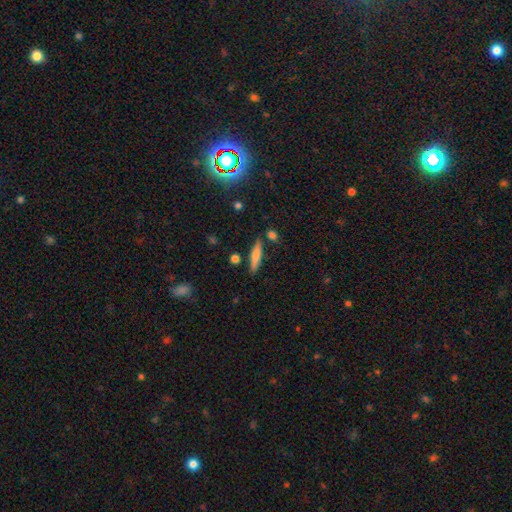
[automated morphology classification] Smooth or featured: smooth — 67% (featured or disk — 26%)
How rounded: cigar-shaped — 83% (in between — 15%)
Merging: none — 81% (minor disturbance — 11%)